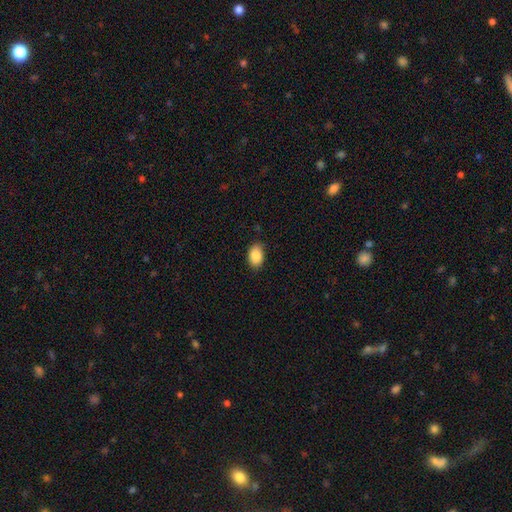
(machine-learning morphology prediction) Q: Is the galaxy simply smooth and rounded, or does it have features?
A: smooth — 89%.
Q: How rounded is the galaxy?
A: in between — 86%.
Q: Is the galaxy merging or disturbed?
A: none — 85%.